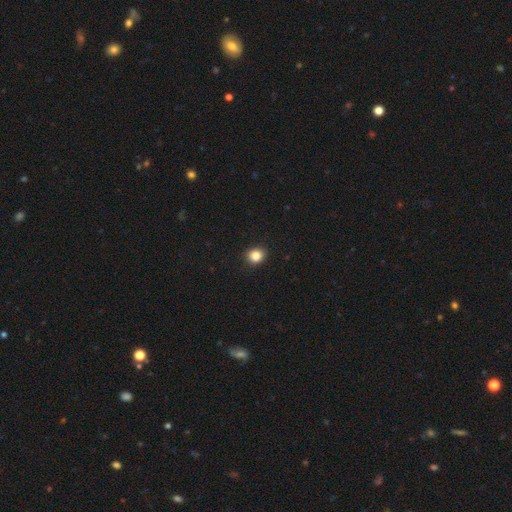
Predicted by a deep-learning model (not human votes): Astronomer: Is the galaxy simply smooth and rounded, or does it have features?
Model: smooth — 85%.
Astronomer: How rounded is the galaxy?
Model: round — 68%.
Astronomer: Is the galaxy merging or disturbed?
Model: none — 89%.